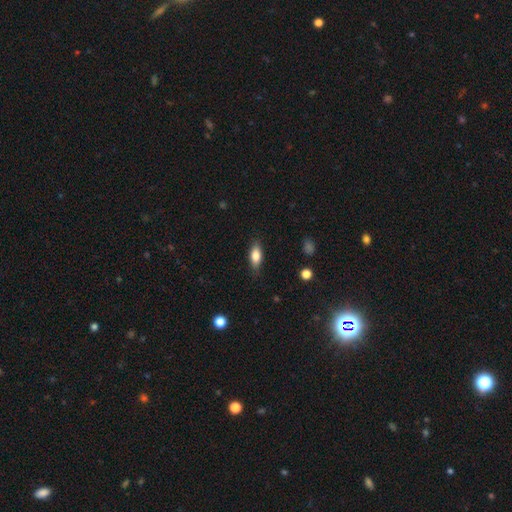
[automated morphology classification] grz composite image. It shows a smooth galaxy with no disk features (79%) that is in between round and cigar-shaped (78%). Merging: none (82%).